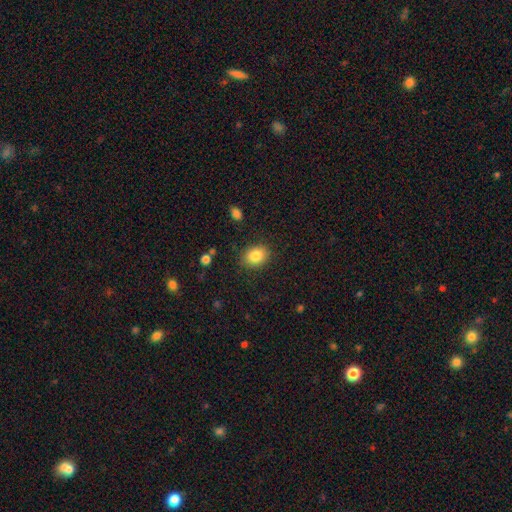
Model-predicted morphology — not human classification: This is clearly a smooth galaxy (85%). How rounded: possibly in between (58%). Merging: clearly none (86%).